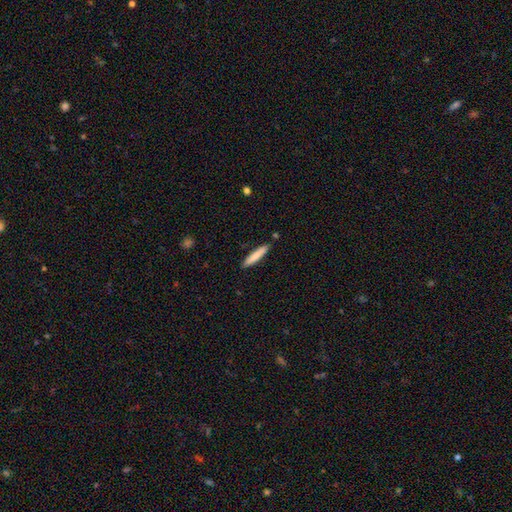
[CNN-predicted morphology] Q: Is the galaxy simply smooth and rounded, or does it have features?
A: smooth — 80%.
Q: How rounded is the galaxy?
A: cigar-shaped — 91%.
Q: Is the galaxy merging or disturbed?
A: none — 88%.